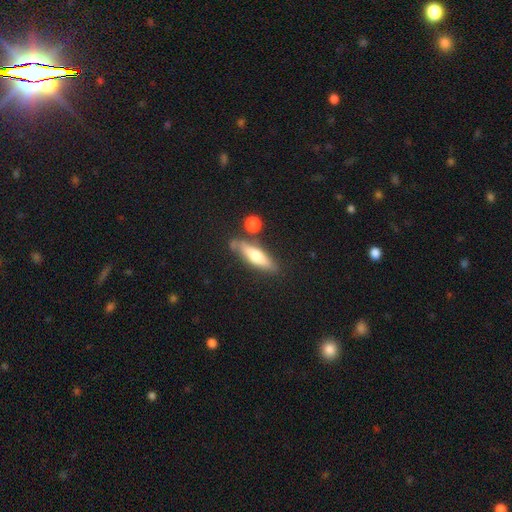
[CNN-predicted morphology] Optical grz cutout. It shows a smooth galaxy with no disk features (54%) that is cigar-shaped (67%). Merging: none (69%).